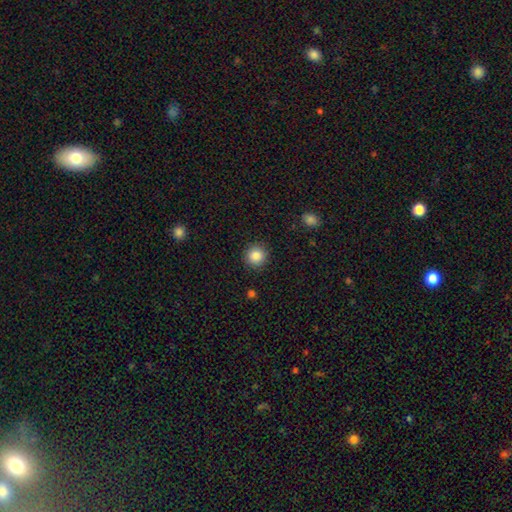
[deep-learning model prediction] smooth 85%, star or artifact 10%, featured or disk 5%. Down the decision tree: how rounded — round (94%); merging — none (91%).